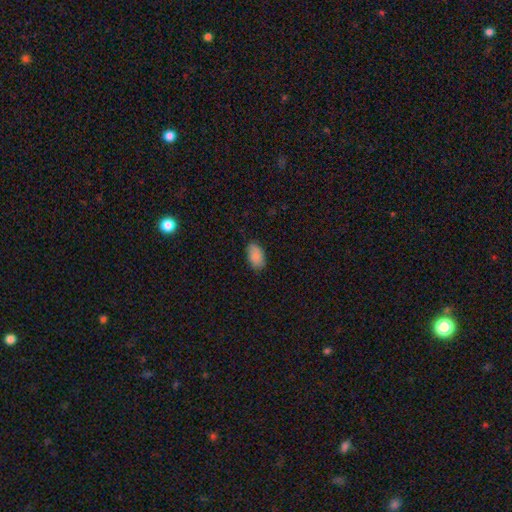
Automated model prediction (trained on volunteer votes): This is clearly a smooth galaxy (88%). How rounded: clearly in between (94%). Merging: clearly none (84%).